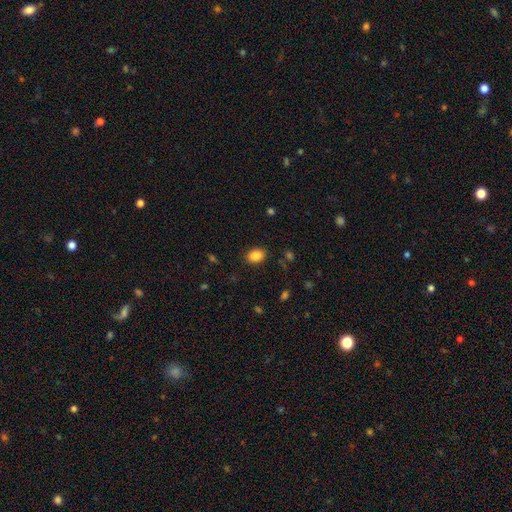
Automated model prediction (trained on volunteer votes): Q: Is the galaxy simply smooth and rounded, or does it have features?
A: smooth — 86%.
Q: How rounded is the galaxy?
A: in between — 75%.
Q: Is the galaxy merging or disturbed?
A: none — 86%.